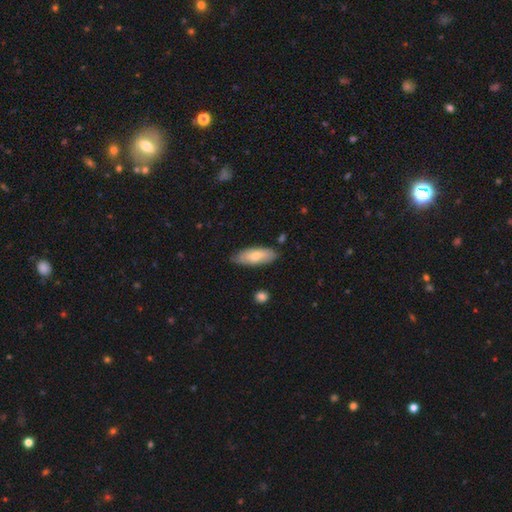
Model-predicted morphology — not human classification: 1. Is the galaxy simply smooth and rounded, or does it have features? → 66% smooth, 28% featured or disk, 6% star or artifact.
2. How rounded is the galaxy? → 73% in between, 25% cigar-shaped, 2% round.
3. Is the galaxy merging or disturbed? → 82% none, 14% minor disturbance, 2% major disturbance, 2% merger.